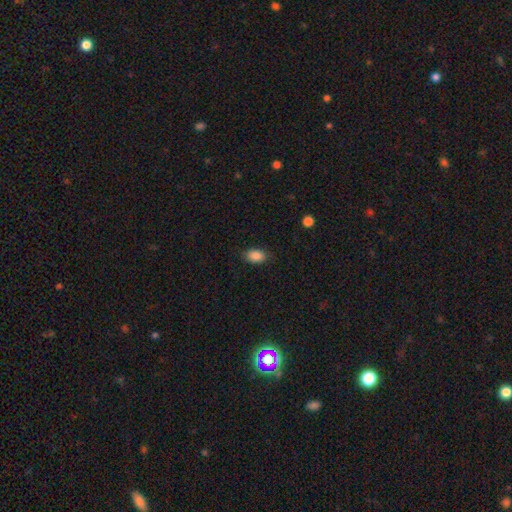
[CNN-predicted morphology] A smooth galaxy with no disk features (88%) that is in between round and cigar-shaped (89%).

Vote fractions:
- Smooth or featured? smooth: 88% / star or artifact: 8% / featured or disk: 4%
- How rounded? in between: 89% / round: 10% / cigar-shaped: 2%
- Merging? none: 84% / minor disturbance: 12% / major disturbance: 3% / merger: 1%